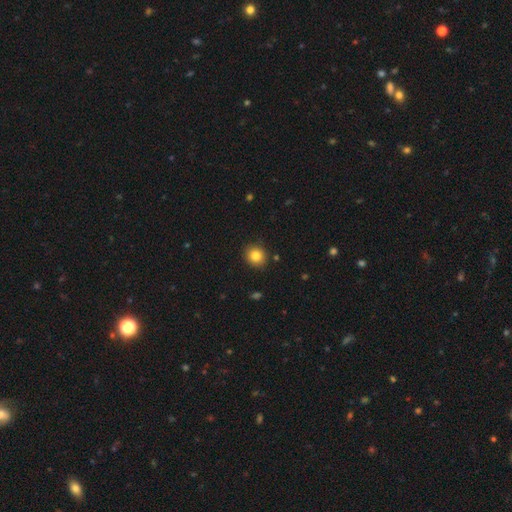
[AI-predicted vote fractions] smooth 83%, star or artifact 10%, featured or disk 6%. Down the decision tree: how rounded — round (80%); merging — none (88%).